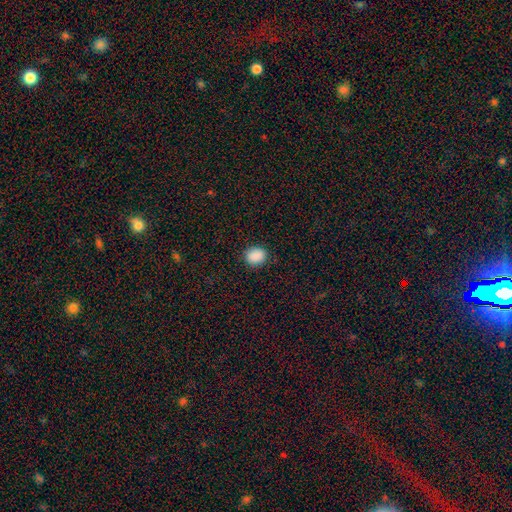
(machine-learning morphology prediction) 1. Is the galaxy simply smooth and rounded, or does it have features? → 89% smooth, 9% star or artifact, 2% featured or disk.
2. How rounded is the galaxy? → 55% round, 44% in between, 1% cigar-shaped.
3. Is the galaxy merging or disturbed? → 88% none, 8% minor disturbance, 2% major disturbance, 1% merger.